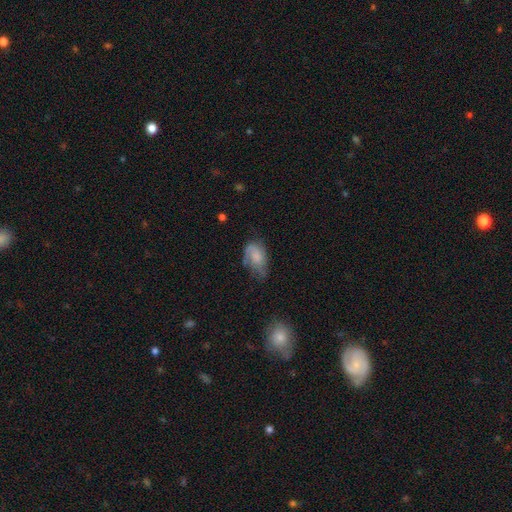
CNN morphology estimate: smooth_or_featured: smooth (p=0.55) [alt: featured or disk p=0.37]
how_rounded: in between (p=0.88) [alt: round p=0.09]
merging: none (p=0.39) [alt: minor disturbance p=0.36]